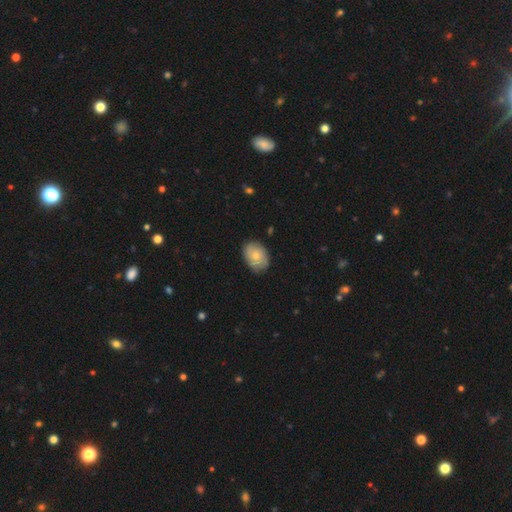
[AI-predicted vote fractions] This is likely a smooth galaxy (73%). How rounded: likely in between (72%). Merging: clearly none (82%).